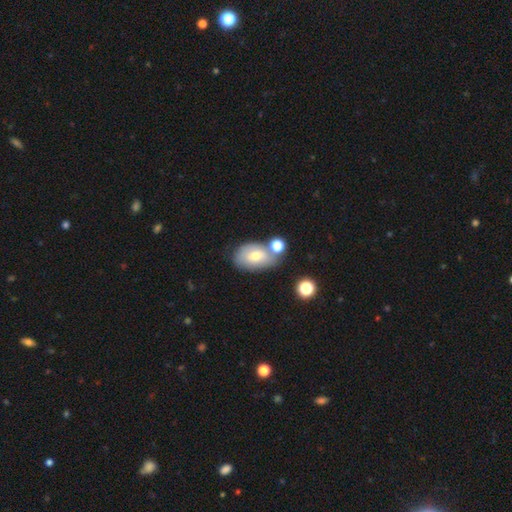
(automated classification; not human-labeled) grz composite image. It shows a smooth galaxy with no disk features (66%) that is in between round and cigar-shaped (86%). Merging: none (53%).